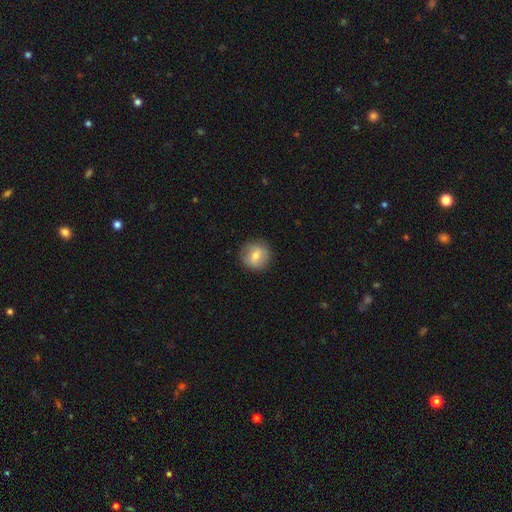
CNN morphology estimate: Smooth or featured? smooth (66%)
How rounded? round (91%)
Merging? none (85%)